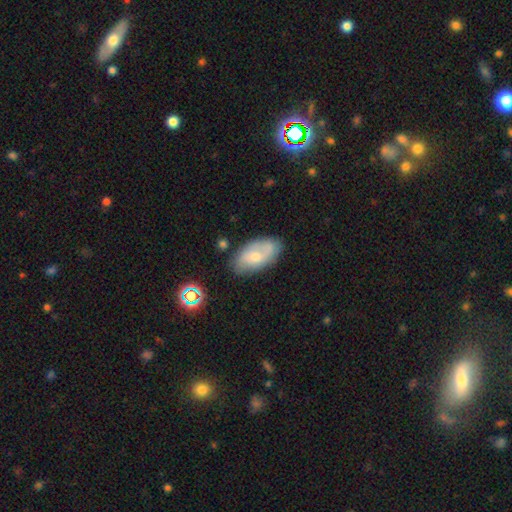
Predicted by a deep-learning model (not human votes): A featured or disk galaxy (49%).

Vote fractions:
- Smooth or featured? featured or disk: 49% / smooth: 43% / star or artifact: 8%
- Merging? none: 71% / minor disturbance: 20% / major disturbance: 5% / merger: 3%